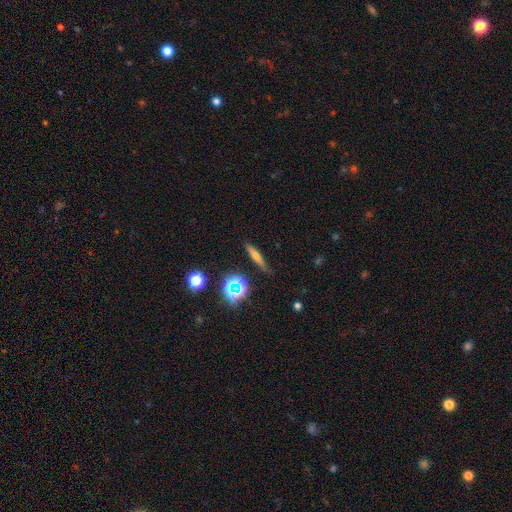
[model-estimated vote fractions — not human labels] smooth-or-featured: smooth: 50% | featured or disk: 34% | star or artifact: 16%
  merging: none: 81% | minor disturbance: 14% | major disturbance: 3% | merger: 2%